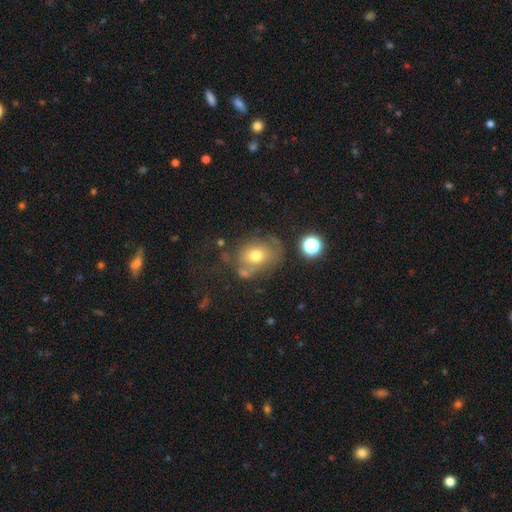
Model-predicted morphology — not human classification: A smooth galaxy with no disk features (62%) that is round (54%). Merging: none (54%).